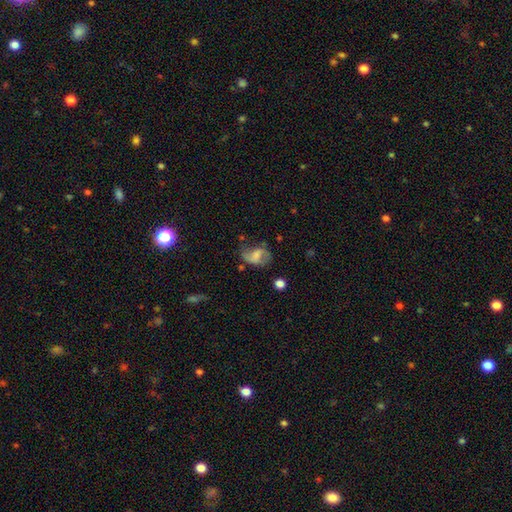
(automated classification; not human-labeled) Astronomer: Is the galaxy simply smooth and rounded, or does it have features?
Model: featured or disk — 56% (runner-up: smooth, 34%).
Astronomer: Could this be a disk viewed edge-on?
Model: no — 97%.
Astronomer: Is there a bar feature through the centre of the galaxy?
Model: weak — 44% (runner-up: no, 36%).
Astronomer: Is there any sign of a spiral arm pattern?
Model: yes — 83%.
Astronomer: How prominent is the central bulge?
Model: none — 42% (runner-up: moderate, 21%).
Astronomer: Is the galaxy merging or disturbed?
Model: none — 52%.